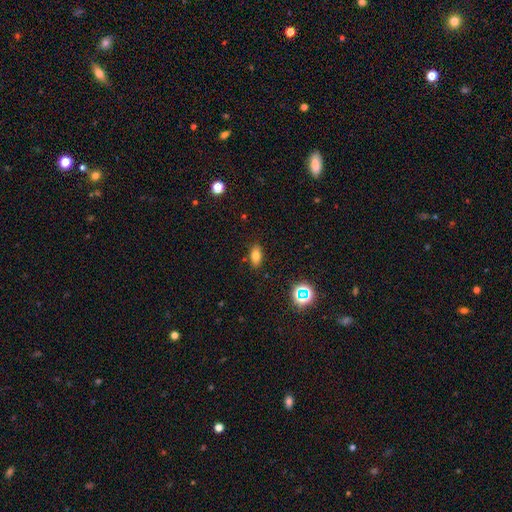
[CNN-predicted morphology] Overall: smooth (76%). How rounded: in between (86%). Merging: none (86%).